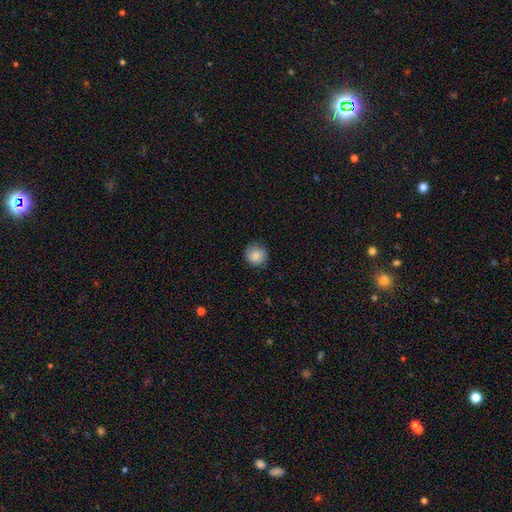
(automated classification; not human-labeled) The model was most divided on "merging": none: 84%, minor disturbance: 13%, major disturbance: 3%, merger: 1%. More confident: how rounded — round (89%); smooth or featured — smooth (87%).